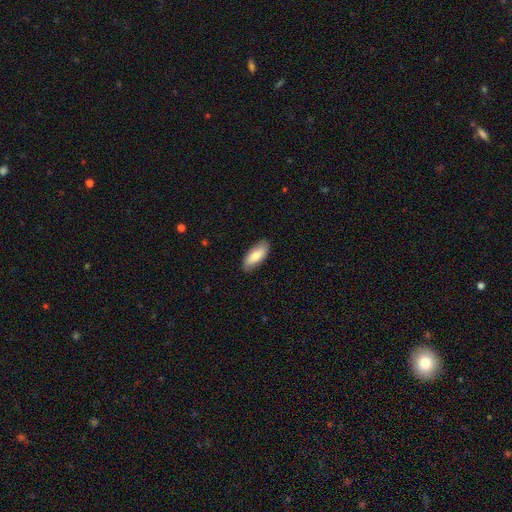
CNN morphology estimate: Smooth or featured? smooth (77%)
How rounded? in between (84%)
Merging? none (85%)